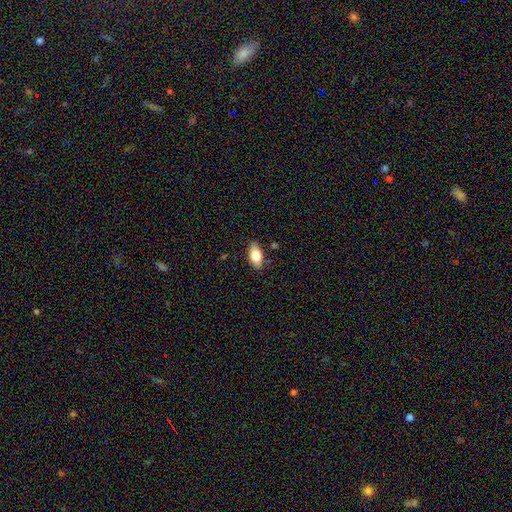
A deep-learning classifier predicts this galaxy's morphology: smooth-or-featured: smooth: 76% | featured or disk: 17% | star or artifact: 7%
  how-rounded: in between: 89% | cigar-shaped: 7% | round: 4%
  merging: none: 85% | minor disturbance: 11% | major disturbance: 2% | merger: 2%